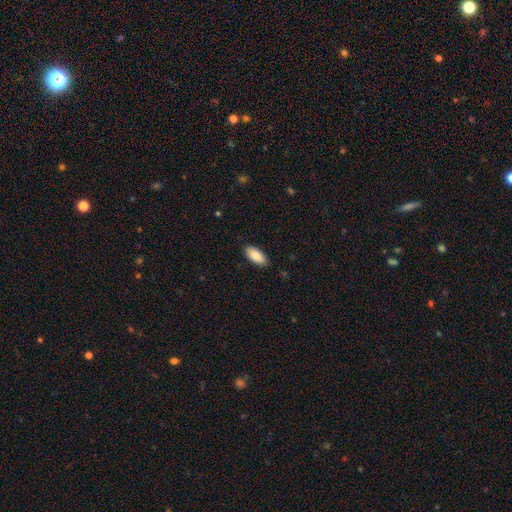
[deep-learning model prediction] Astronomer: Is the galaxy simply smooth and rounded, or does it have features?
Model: smooth — 88%.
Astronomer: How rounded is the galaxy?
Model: in between — 91%.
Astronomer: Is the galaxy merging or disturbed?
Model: none — 87%.